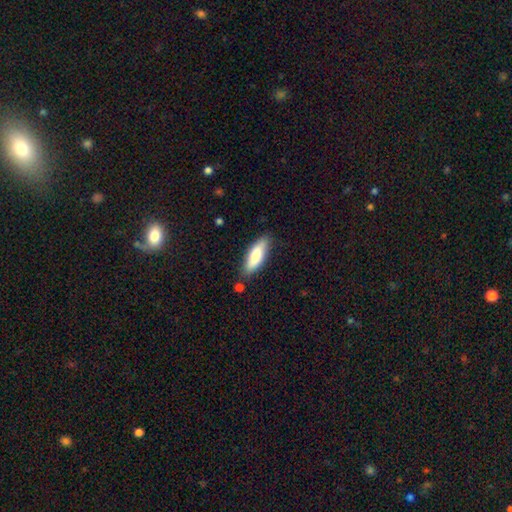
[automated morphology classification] smooth_or_featured: smooth (p=0.81) [alt: featured or disk p=0.14]
how_rounded: in between (p=0.57) [alt: cigar-shaped p=0.41]
merging: none (p=0.80) [alt: minor disturbance p=0.15]